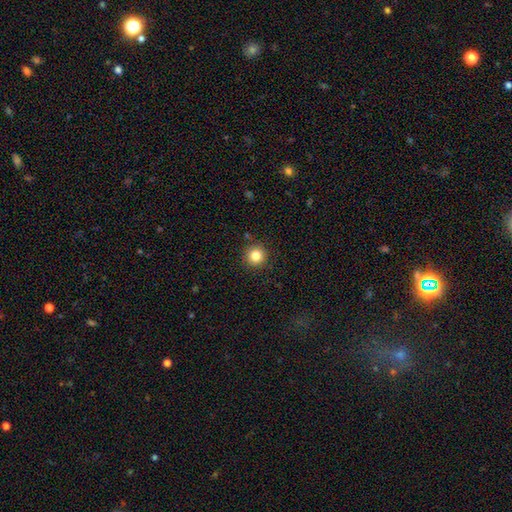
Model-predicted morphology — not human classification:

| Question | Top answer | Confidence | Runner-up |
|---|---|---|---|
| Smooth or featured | smooth | 83% | star or artifact (11%) |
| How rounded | round | 95% | in between (4%) |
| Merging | none | 91% | minor disturbance (6%) |